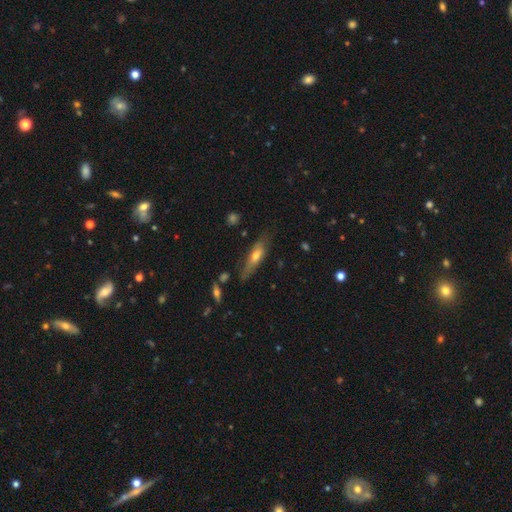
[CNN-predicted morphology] Overall: smooth (55%; featured or disk 39%). How rounded: cigar-shaped (63%; in between 35%). Merging: none (68%).